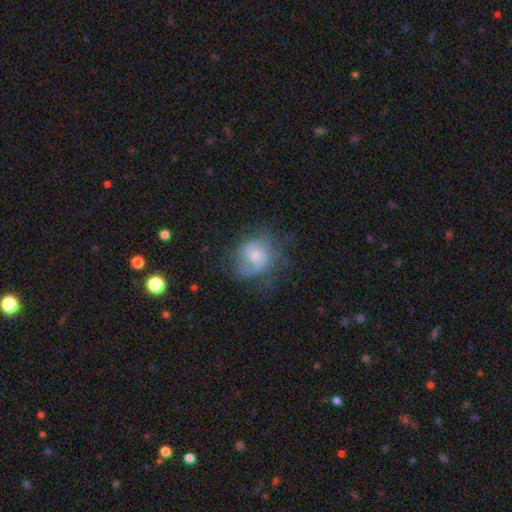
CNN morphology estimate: type=featured or disk (62%); edge-on=no (98%); bar=no (54%); spiral arms=yes (84%); winding=medium (46%); arm count=2 (59%); bulge=moderate (44%); merging=none (58%).